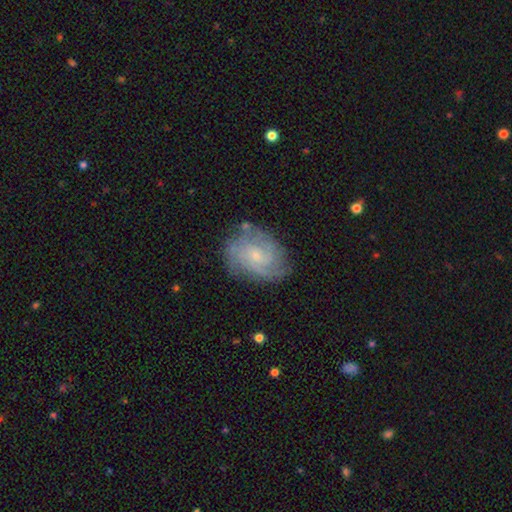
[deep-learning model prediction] featured or disk 75%, smooth 17%, star or artifact 8%. Down the decision tree: edge-on disk — no (97%); bar — no (70%); spiral arms — yes (93%); spiral arm count — can't tell (35%); spiral winding — tight (54%); bulge size — small (72%); merging — none (74%).